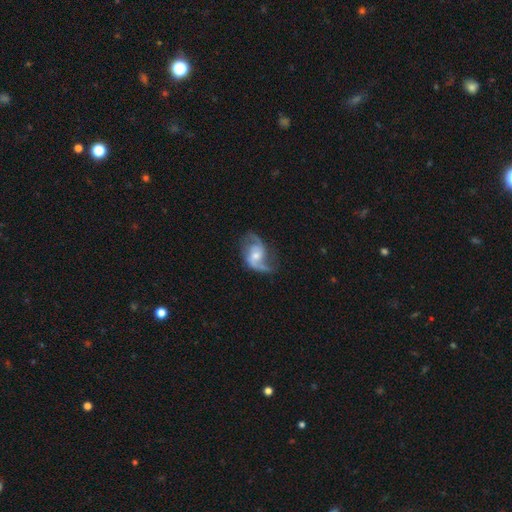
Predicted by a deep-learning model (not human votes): A featured or disk galaxy (85%) with no bar (46%), 2 (86%) loose (53%) spiral arms (96%) and a moderate central bulge (51%).

Vote fractions:
- Smooth or featured? featured or disk: 85% / smooth: 9% / star or artifact: 5%
- Edge-on disk? no: 97% / yes: 3%
- Bar? no: 46% / weak: 44% / strong: 10%
- Spiral arms? yes: 96% / no: 4%
- Spiral winding? loose: 53% / medium: 38% / tight: 9%
- Spiral arm count? 2: 86% / can't tell: 4% / 3: 4% / 1: 3% / 4: 1% / more than 4: 1%
- Bulge size? moderate: 51% / small: 39% / large: 5% / none: 5% / dominant: 1%
- Merging? none: 65% / minor disturbance: 20% / major disturbance: 13% / merger: 2%